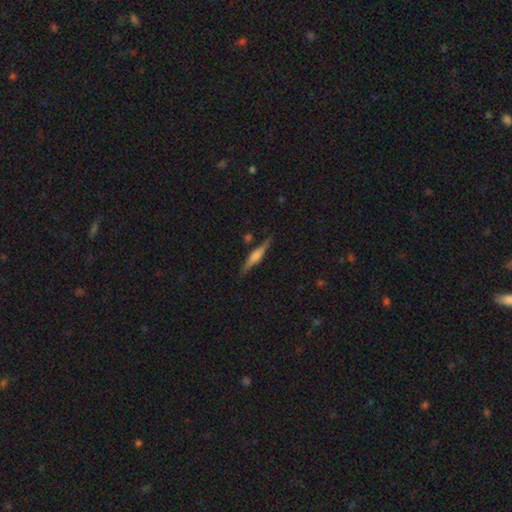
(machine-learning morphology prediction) Smooth or featured?
  - featured or disk: 66% *
  - smooth: 27%
  - star or artifact: 7%
Edge-on disk?
  - yes: 97% *
  - no: 3%
Edge-on bulge?
  - rounded: 61% *
  - boxy: 29%
  - none: 10%
Merging?
  - none: 86% *
  - minor disturbance: 10%
  - major disturbance: 2%
  - merger: 2%